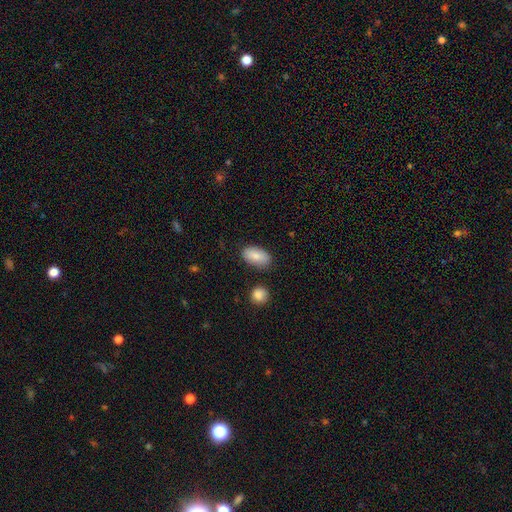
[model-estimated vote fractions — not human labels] This appears to be a smooth galaxy with no disk features (85%) that is in between round and cigar-shaped (93%). Merging: none (81%).